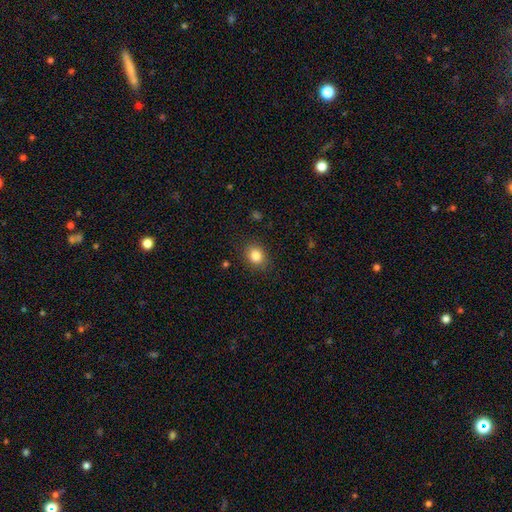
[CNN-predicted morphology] smooth 84%, star or artifact 10%, featured or disk 6%. Down the decision tree: how rounded — round (57%); merging — none (86%).